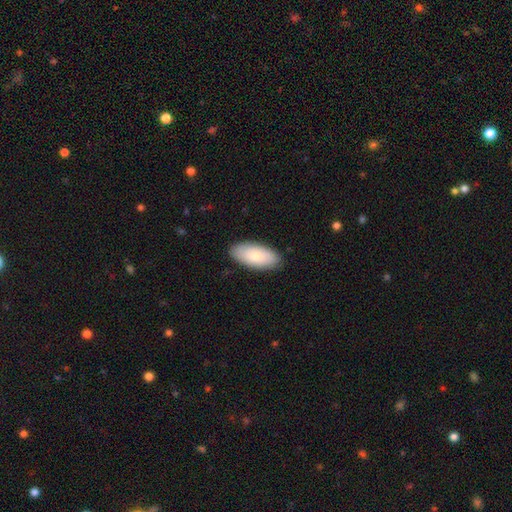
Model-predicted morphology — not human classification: A smooth galaxy with no disk features (75%) that is in between round and cigar-shaped (92%). Merging: none (87%).